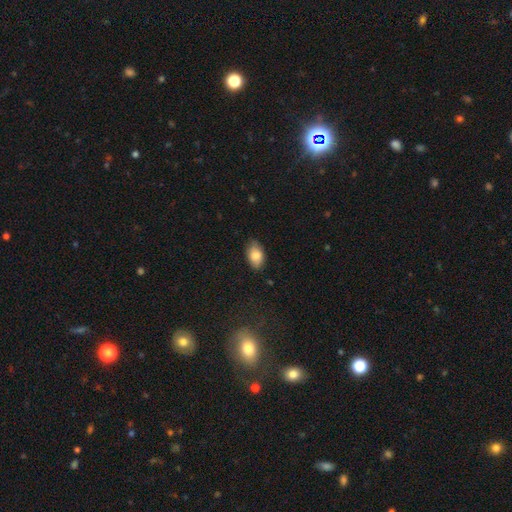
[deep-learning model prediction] Overall: smooth (84%). How rounded: in between (91%). Merging: none (80%).